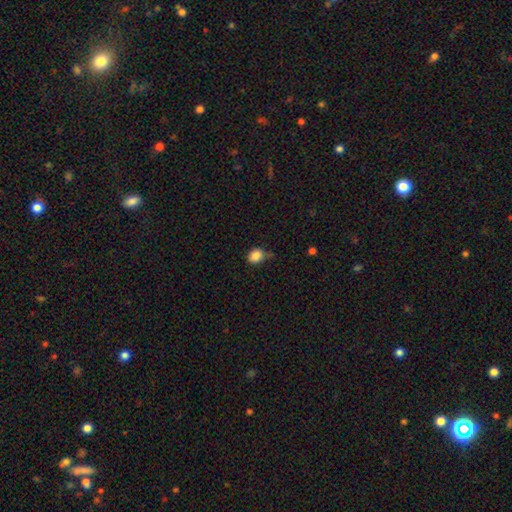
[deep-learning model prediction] smooth-or-featured: smooth: 86% | star or artifact: 10% | featured or disk: 4%
  how-rounded: in between: 50% | round: 49% | cigar-shaped: 1%
  merging: none: 65% | minor disturbance: 25% | major disturbance: 5% | merger: 5%